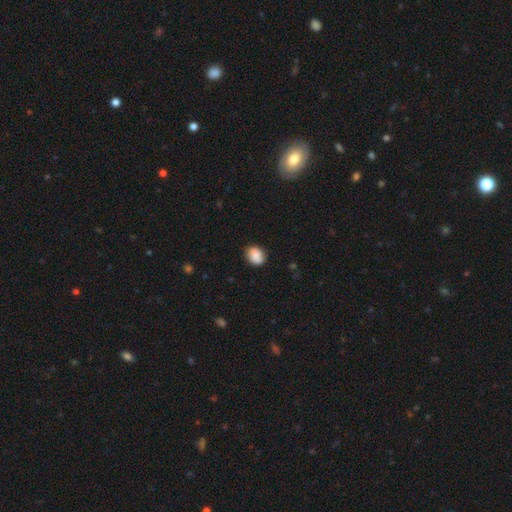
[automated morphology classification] smooth 86%, star or artifact 8%, featured or disk 7%. Down the decision tree: how rounded — round (51%); merging — none (82%).